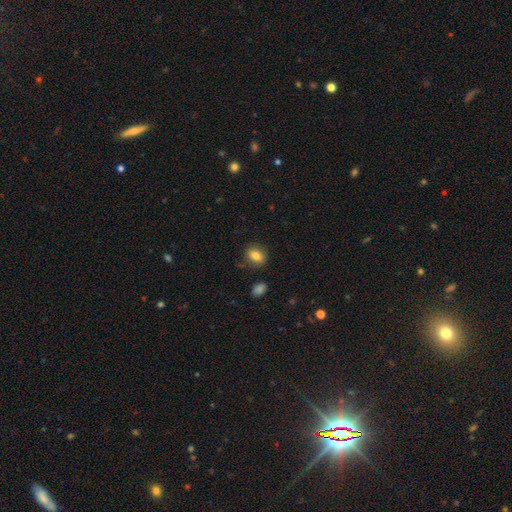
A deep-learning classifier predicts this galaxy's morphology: smooth 82%, star or artifact 9%, featured or disk 9%. Down the decision tree: how rounded — in between (61%); merging — none (81%).